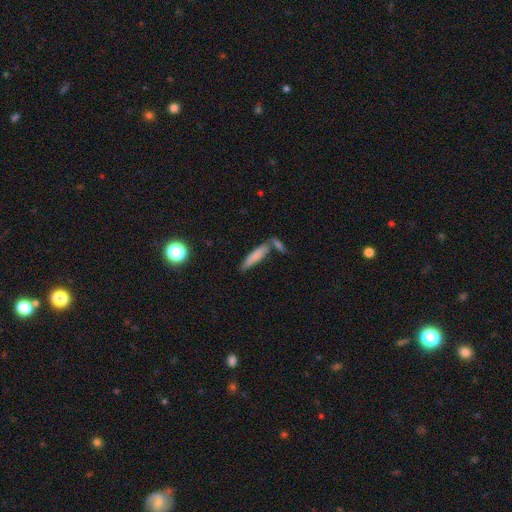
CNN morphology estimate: Overall: smooth (75%). How rounded: cigar-shaped (81%). Merging: none (60%; merger 23%).